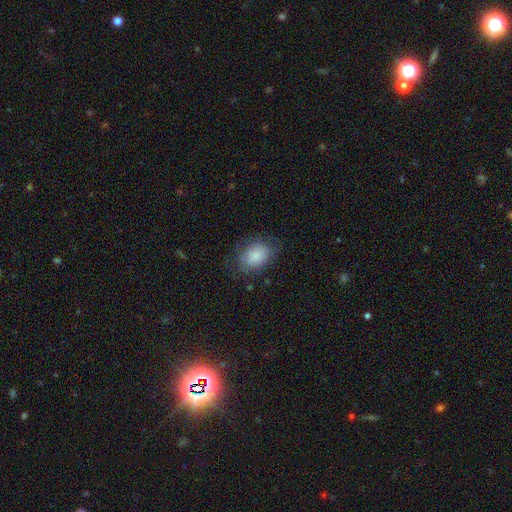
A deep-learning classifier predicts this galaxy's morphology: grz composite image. It shows a smooth galaxy with no disk features (82%) that is in between round and cigar-shaped (74%). Merging: none (72%).